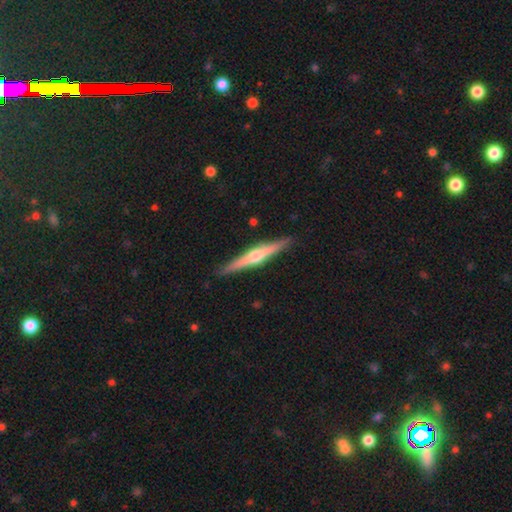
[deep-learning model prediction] A featured or disk galaxy (72%) viewed edge-on (98%) with a rounded central bulge (90%).

Vote fractions:
- Smooth or featured? featured or disk: 72% / smooth: 23% / star or artifact: 5%
- Edge-on disk? yes: 98% / no: 2%
- Edge-on bulge? rounded: 90% / none: 6% / boxy: 4%
- Merging? none: 91% / minor disturbance: 7% / major disturbance: 1% / merger: 1%